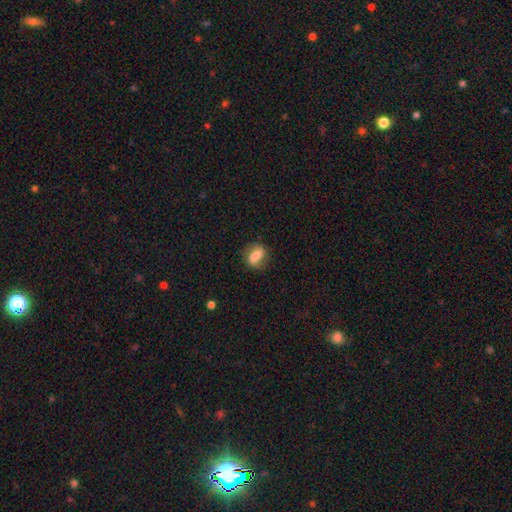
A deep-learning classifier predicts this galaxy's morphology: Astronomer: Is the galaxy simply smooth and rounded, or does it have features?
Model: smooth — 51% (runner-up: featured or disk, 41%).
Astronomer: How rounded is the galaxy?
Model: in between — 65%.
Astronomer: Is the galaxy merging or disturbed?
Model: none — 76%.